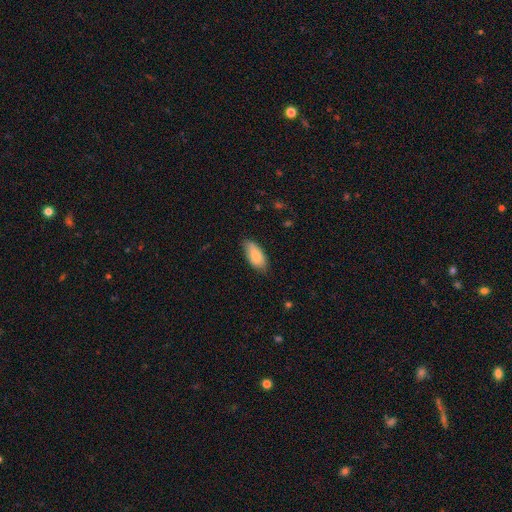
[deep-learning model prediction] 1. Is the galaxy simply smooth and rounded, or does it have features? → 84% smooth, 10% featured or disk, 6% star or artifact.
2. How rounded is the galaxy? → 91% in between, 7% cigar-shaped, 2% round.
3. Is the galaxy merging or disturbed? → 73% none, 22% minor disturbance, 3% major disturbance, 1% merger.